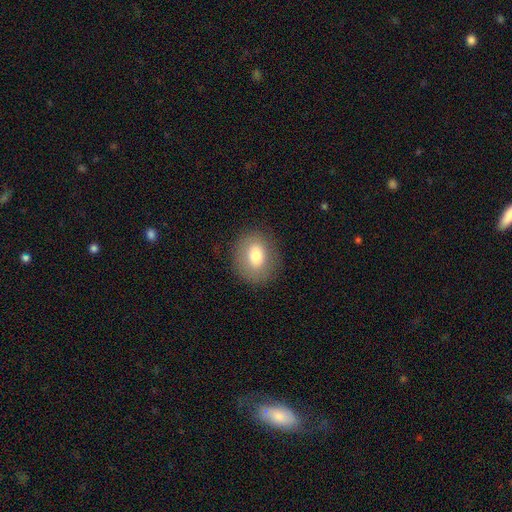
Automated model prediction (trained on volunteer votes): This appears to be a smooth galaxy with no disk features (74%) that is round (53%). Merging: none (85%).